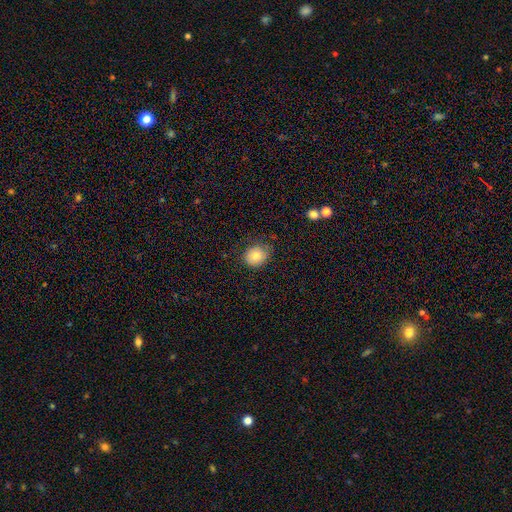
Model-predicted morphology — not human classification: This is clearly a smooth galaxy (83%). How rounded: likely round (61%). Merging: likely none (77%).